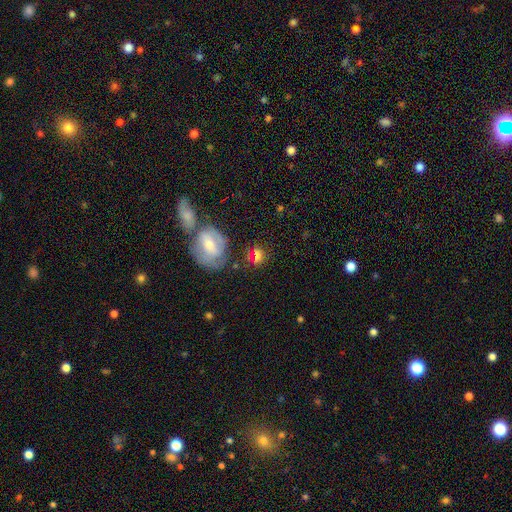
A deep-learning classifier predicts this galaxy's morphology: Smooth or featured?
  - smooth: 61% *
  - featured or disk: 25%
  - star or artifact: 14%
How rounded?
  - round: 55% *
  - in between: 43%
  - cigar-shaped: 3%
Merging?
  - none: 60% *
  - minor disturbance: 17%
  - merger: 13%
  - major disturbance: 9%